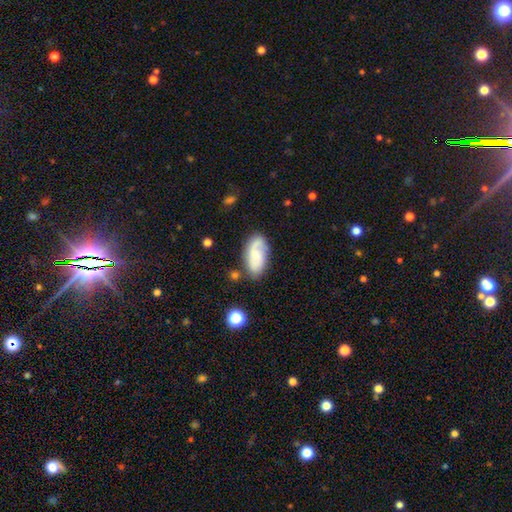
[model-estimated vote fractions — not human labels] The model was most divided on "smooth or featured": featured or disk: 48%, smooth: 45%, star or artifact: 8%. More confident: merging — none (68%).